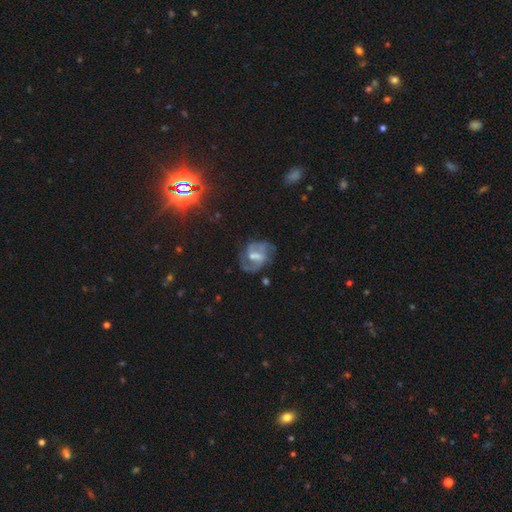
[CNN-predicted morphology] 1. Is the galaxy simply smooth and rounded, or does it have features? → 78% featured or disk, 14% smooth, 8% star or artifact.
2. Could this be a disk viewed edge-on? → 97% no, 3% yes.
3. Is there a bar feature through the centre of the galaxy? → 52% weak, 31% strong, 17% no.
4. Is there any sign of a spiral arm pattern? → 89% yes, 11% no.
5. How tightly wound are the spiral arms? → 52% medium, 26% loose, 21% tight.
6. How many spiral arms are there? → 78% 2, 10% can't tell, 5% 3, 4% 1, 2% 4, 1% more than 4.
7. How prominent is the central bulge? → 37% moderate, 33% small, 21% none, 7% large, 1% dominant.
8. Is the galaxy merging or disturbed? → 63% none, 20% minor disturbance, 13% major disturbance, 3% merger.